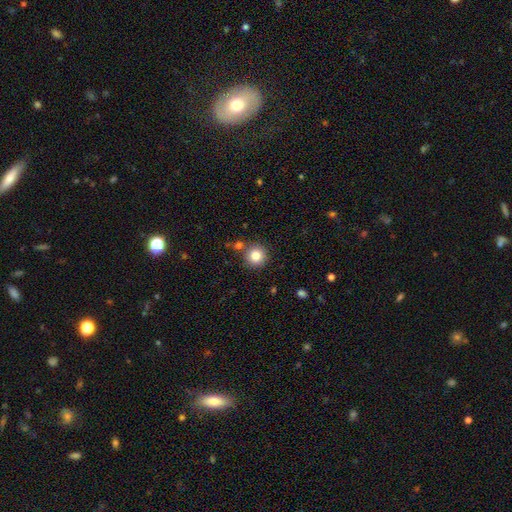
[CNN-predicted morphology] Smooth or featured?
  - smooth: 82% *
  - star or artifact: 11%
  - featured or disk: 7%
How rounded?
  - round: 95% *
  - in between: 5%
  - cigar-shaped: 1%
Merging?
  - none: 81% *
  - merger: 8%
  - minor disturbance: 8%
  - major disturbance: 3%